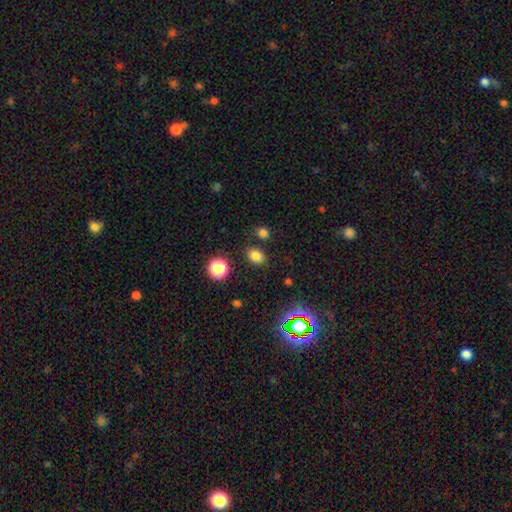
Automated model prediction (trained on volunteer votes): Smooth or featured? smooth (78%)
How rounded? in between (59%)
Merging? none (82%)